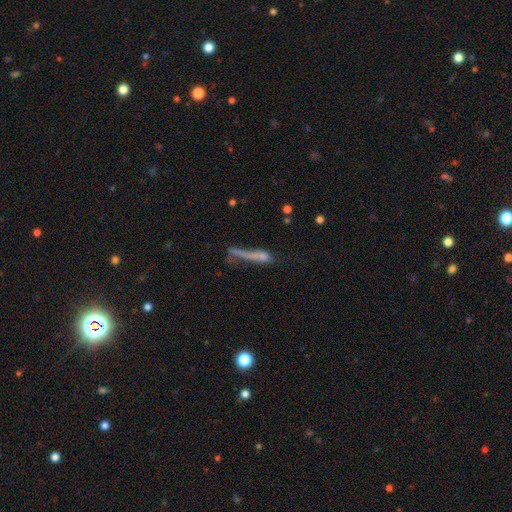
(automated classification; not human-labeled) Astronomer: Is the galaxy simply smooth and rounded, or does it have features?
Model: smooth — 45% (runner-up: featured or disk, 39%).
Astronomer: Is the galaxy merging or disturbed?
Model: none — 34% (runner-up: major disturbance, 31%).